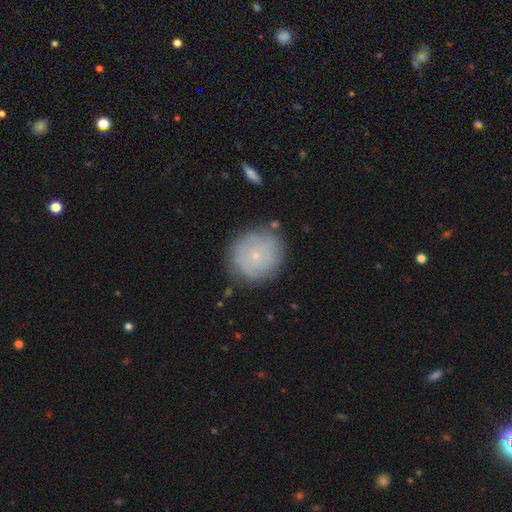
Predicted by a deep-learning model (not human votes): A featured or disk galaxy (47%). Merging: none (77%).